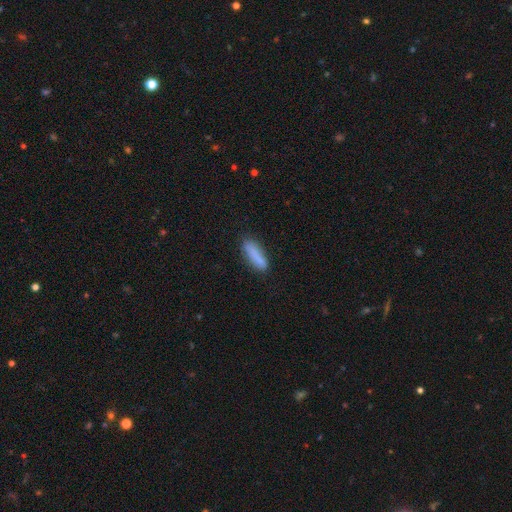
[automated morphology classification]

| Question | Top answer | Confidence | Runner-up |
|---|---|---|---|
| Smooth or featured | smooth | 83% | featured or disk (10%) |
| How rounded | cigar-shaped | 62% | in between (36%) |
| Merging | none | 78% | minor disturbance (16%) |